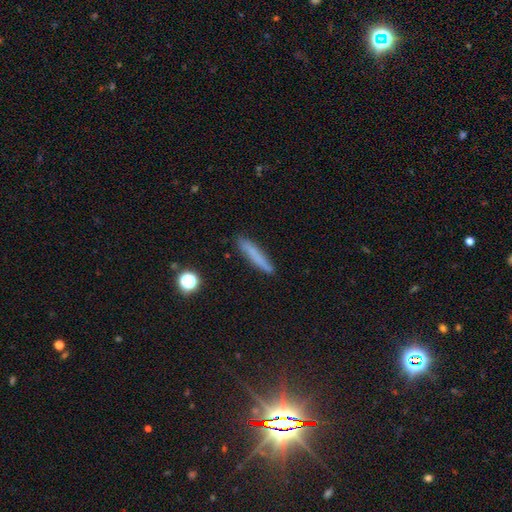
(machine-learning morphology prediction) This is likely a smooth galaxy (71%). How rounded: clearly cigar-shaped (92%). Merging: clearly none (85%).